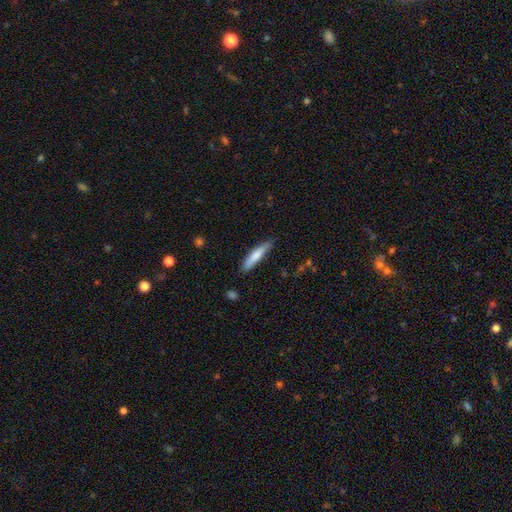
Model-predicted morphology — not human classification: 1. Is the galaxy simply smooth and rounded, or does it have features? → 74% smooth, 21% featured or disk, 5% star or artifact.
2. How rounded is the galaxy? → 85% cigar-shaped, 14% in between, 1% round.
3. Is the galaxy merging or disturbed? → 79% none, 17% minor disturbance, 3% major disturbance, 2% merger.